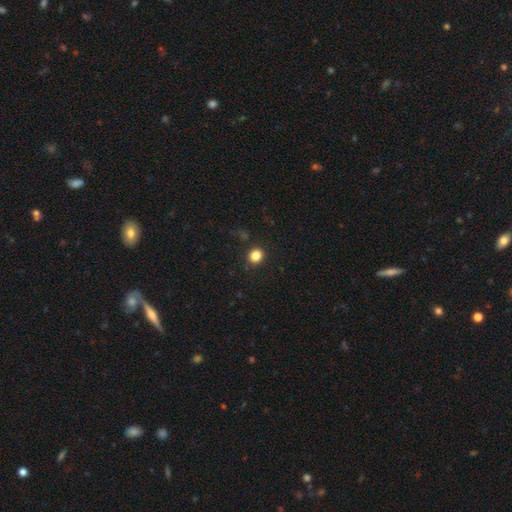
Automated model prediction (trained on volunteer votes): Smooth or featured?
  - smooth: 84% *
  - star or artifact: 12%
  - featured or disk: 4%
How rounded?
  - round: 78% *
  - in between: 21%
  - cigar-shaped: 1%
Merging?
  - none: 89% *
  - minor disturbance: 7%
  - major disturbance: 2%
  - merger: 1%